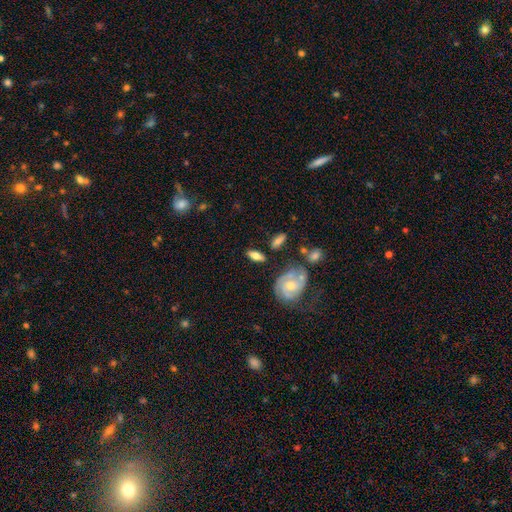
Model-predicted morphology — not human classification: The model was most divided on "smooth or featured": smooth: 56%, featured or disk: 36%, star or artifact: 8%. More confident: merging — none (74%); how rounded — in between (71%).